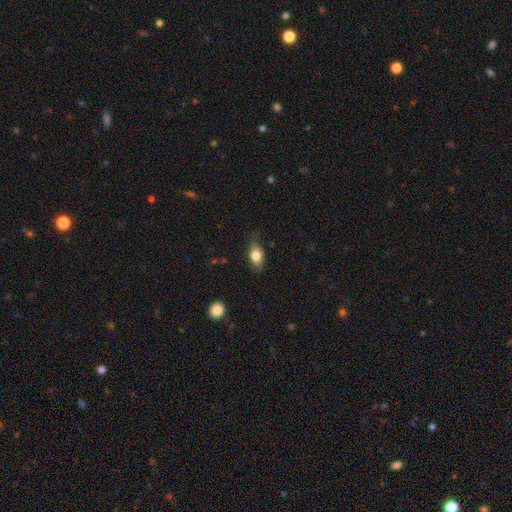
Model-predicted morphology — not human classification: This is likely a smooth galaxy (79%). How rounded: clearly in between (81%). Merging: likely none (73%).